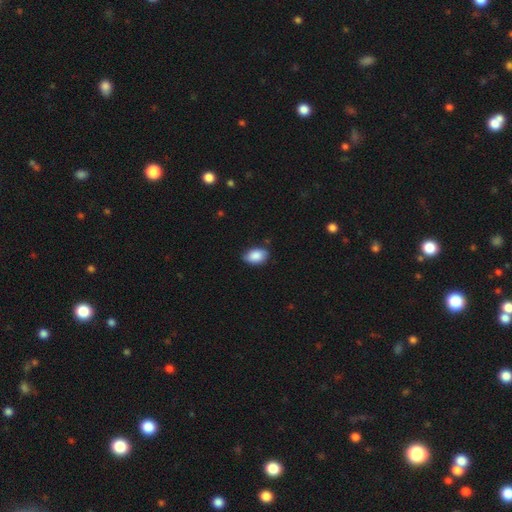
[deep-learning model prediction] Morphology: type=smooth (87%); roundness=in between (88%); merging=none (79%).